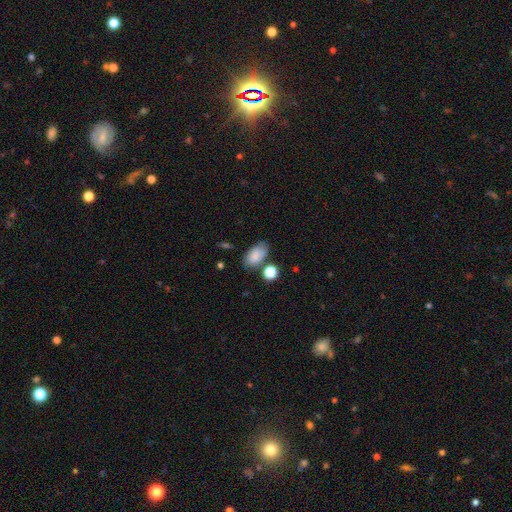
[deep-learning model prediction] smooth_or_featured: smooth (p=0.81) [alt: featured or disk p=0.10]
how_rounded: in between (p=0.90) [alt: round p=0.08]
merging: none (p=0.63) [alt: minor disturbance p=0.21]